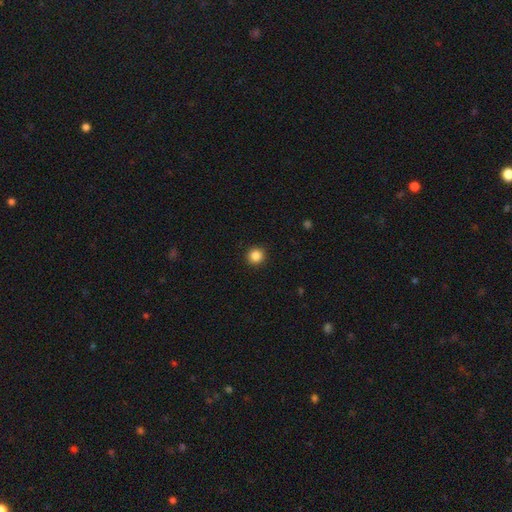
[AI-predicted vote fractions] This appears to be a smooth galaxy with no disk features (85%) that is round (94%). Merging: none (93%).